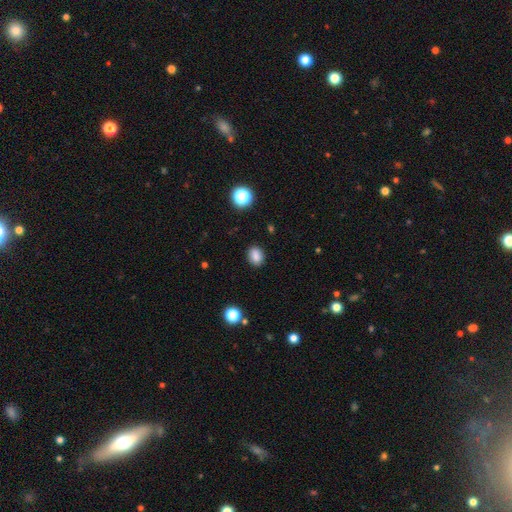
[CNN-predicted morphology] smooth_or_featured: smooth (p=0.85) [alt: star or artifact p=0.11]
how_rounded: in between (p=0.56) [alt: round p=0.43]
merging: none (p=0.88) [alt: minor disturbance p=0.08]